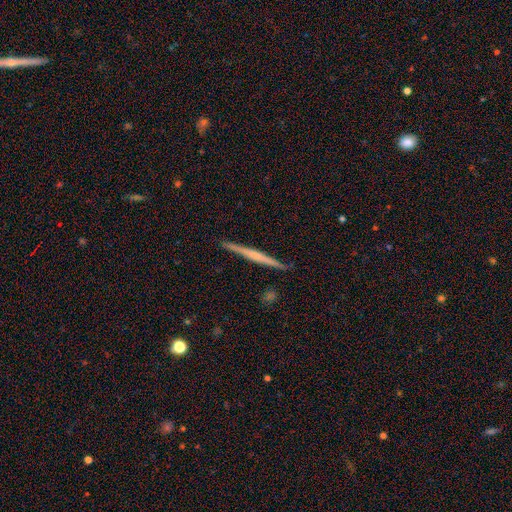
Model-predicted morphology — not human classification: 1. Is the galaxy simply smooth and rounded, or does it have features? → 66% featured or disk, 29% smooth, 5% star or artifact.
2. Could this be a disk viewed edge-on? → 98% yes, 2% no.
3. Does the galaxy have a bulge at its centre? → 53% none, 34% rounded, 13% boxy.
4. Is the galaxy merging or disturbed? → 90% none, 7% minor disturbance, 1% major disturbance, 1% merger.